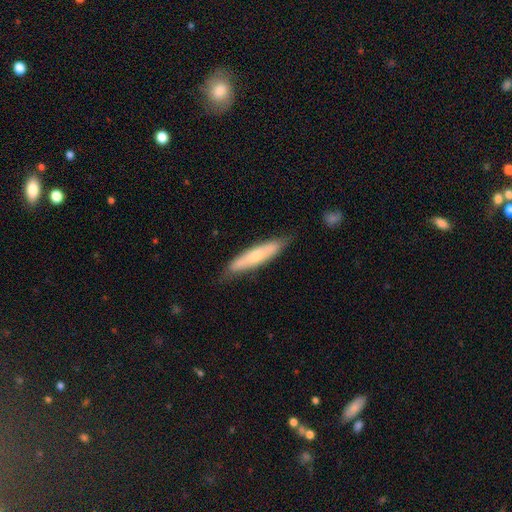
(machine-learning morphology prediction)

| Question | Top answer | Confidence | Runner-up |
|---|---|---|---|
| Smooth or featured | smooth | 58% | featured or disk (36%) |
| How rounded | cigar-shaped | 82% | in between (17%) |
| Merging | none | 80% | minor disturbance (16%) |